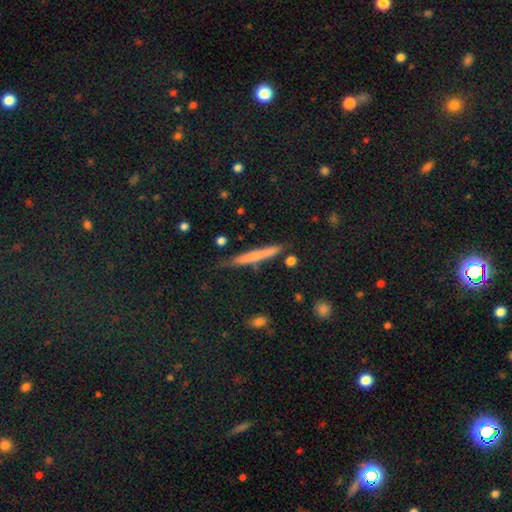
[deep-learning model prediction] Smooth or featured? smooth (56%)
How rounded? cigar-shaped (95%)
Merging? none (78%)